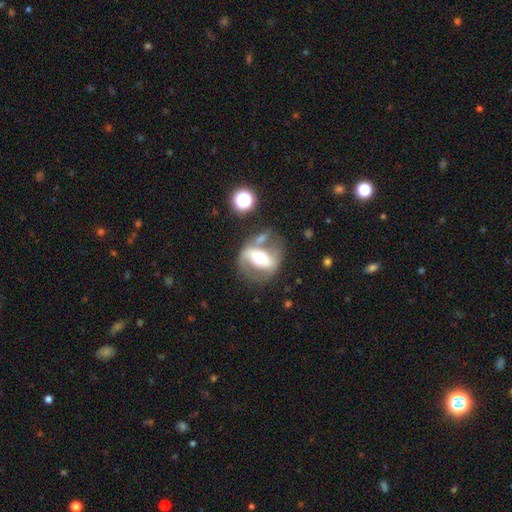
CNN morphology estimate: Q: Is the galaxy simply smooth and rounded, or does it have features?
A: featured or disk — 70%.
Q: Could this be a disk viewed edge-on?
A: no — 88%.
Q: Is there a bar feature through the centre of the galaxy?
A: strong — 56%.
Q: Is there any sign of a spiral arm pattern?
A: yes — 55%.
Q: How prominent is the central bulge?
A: moderate — 70%.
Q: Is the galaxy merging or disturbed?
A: none — 53%.